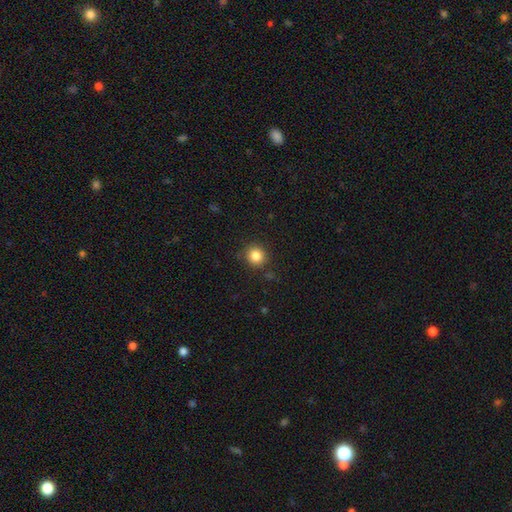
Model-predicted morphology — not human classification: Q: Smooth or featured?
A: smooth (84%); runner-up: star or artifact (11%)
Q: How rounded?
A: round (90%); runner-up: in between (9%)
Q: Merging?
A: none (88%); runner-up: minor disturbance (8%)